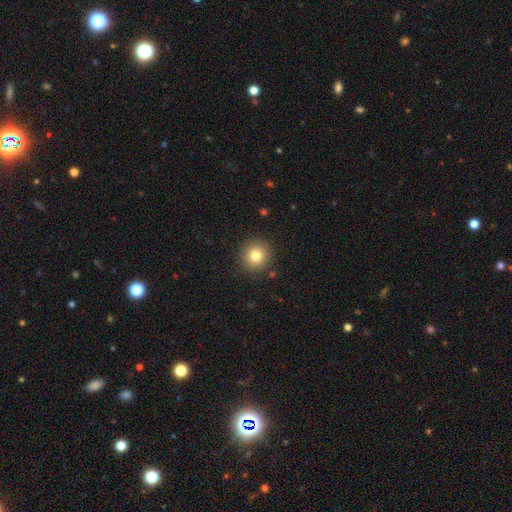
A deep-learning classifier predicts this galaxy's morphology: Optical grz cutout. It shows a smooth galaxy with no disk features (81%) that is round (93%). Merging: none (90%).